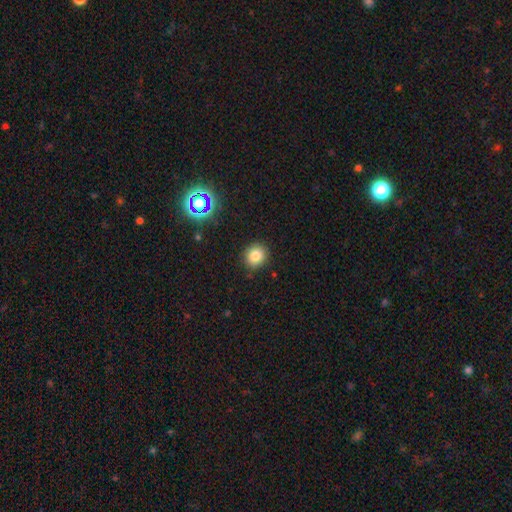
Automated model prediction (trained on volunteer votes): smooth 81%, star or artifact 13%, featured or disk 6%. Down the decision tree: how rounded — round (80%); merging — none (89%).